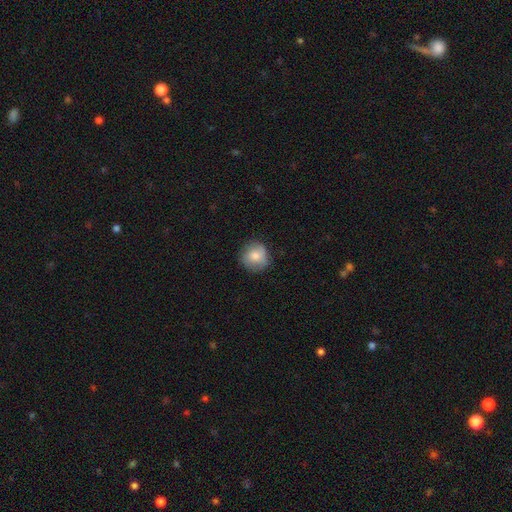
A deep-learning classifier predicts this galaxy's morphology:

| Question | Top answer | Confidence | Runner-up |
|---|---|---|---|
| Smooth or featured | smooth | 74% | featured or disk (18%) |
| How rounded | round | 91% | in between (8%) |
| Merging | none | 79% | minor disturbance (16%) |